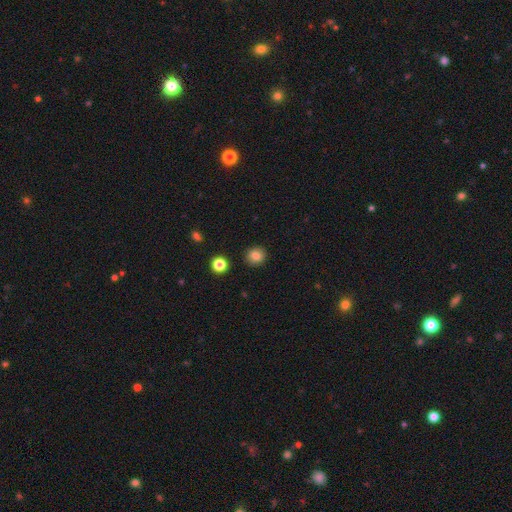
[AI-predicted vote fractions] This is clearly a smooth galaxy (83%). How rounded: clearly round (88%). Merging: clearly none (91%).